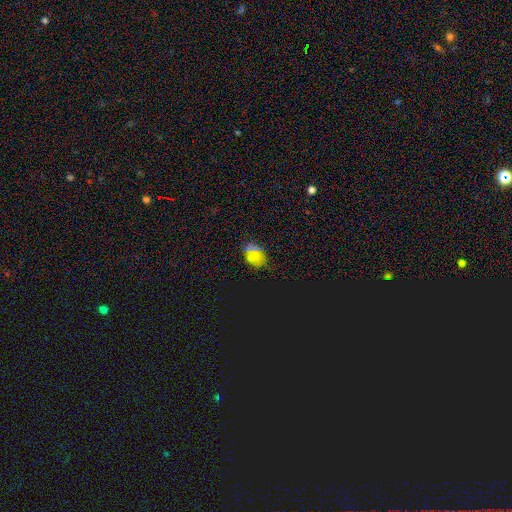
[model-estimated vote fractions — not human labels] smooth 48%, star or artifact 41%, featured or disk 11%. Down the decision tree: merging — none (73%).